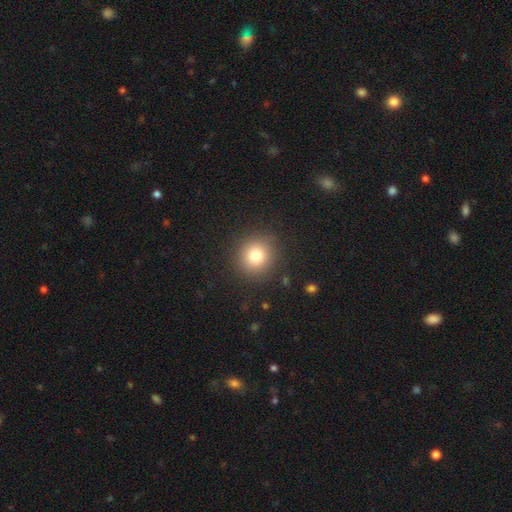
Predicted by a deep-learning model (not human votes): Smooth or featured?
  - smooth: 80% *
  - star or artifact: 12%
  - featured or disk: 8%
How rounded?
  - round: 89% *
  - in between: 10%
  - cigar-shaped: 1%
Merging?
  - none: 88% *
  - minor disturbance: 7%
  - major disturbance: 3%
  - merger: 1%